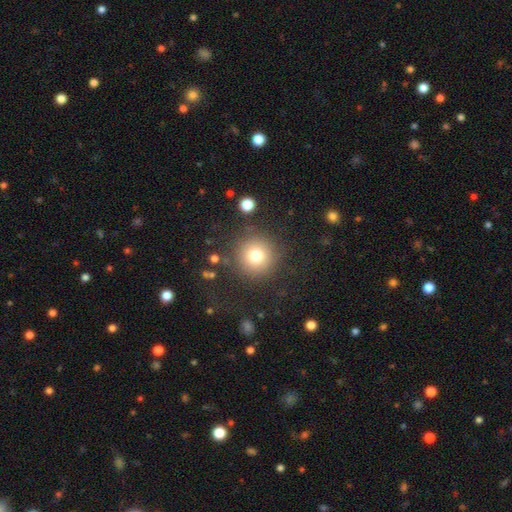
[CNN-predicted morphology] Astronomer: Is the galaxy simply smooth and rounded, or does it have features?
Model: smooth — 78%.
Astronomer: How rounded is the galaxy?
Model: round — 94%.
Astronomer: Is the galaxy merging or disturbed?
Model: none — 84%.